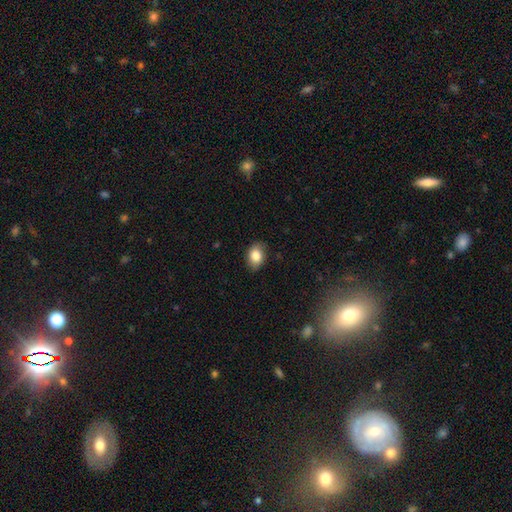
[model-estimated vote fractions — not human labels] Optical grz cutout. It shows a smooth galaxy with no disk features (84%) that is in between round and cigar-shaped (78%). Merging: none (85%).